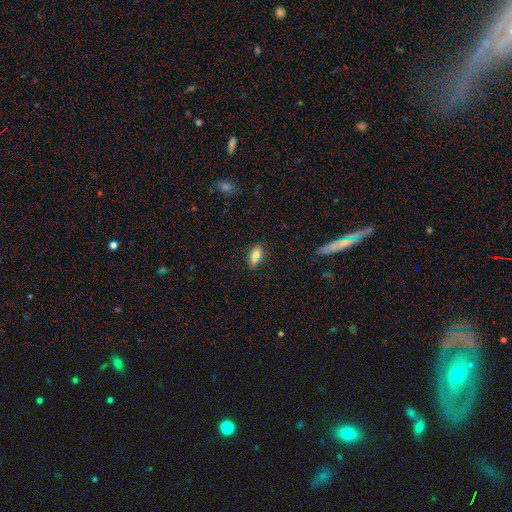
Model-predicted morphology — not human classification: A smooth galaxy with no disk features (71%) that is in between round and cigar-shaped (81%). Merging: none (75%).